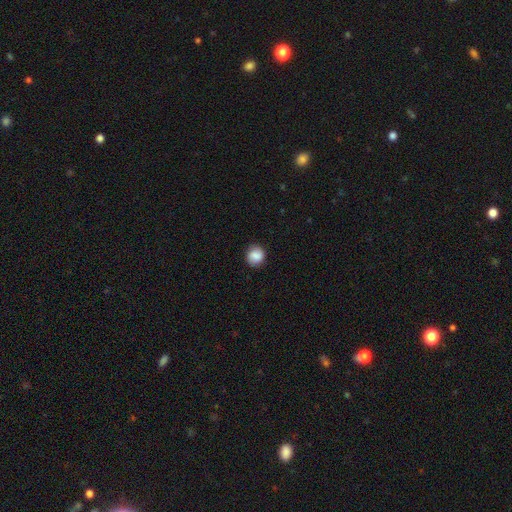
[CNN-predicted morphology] This appears to be a smooth galaxy with no disk features (84%) that is round (83%). Merging: none (86%).